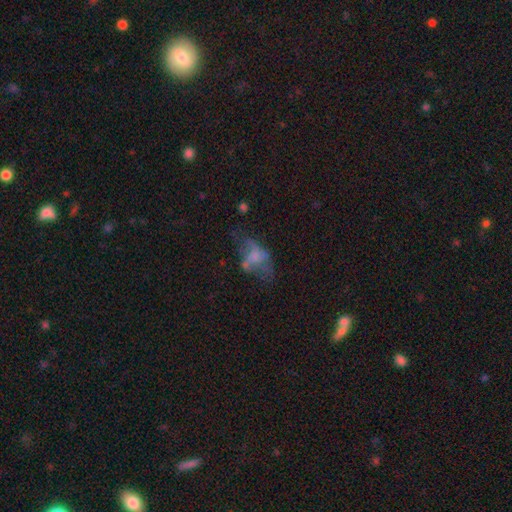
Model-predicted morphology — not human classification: type=featured or disk (48%); merging=major disturbance (41%).